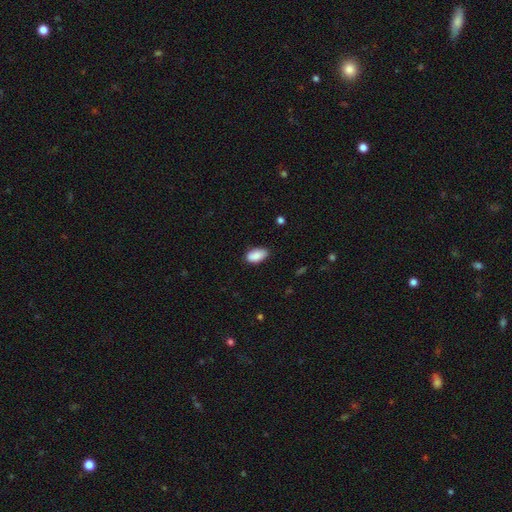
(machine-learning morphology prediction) This appears to be a smooth galaxy with no disk features (89%) that is in between round and cigar-shaped (94%). Merging: none (75%).